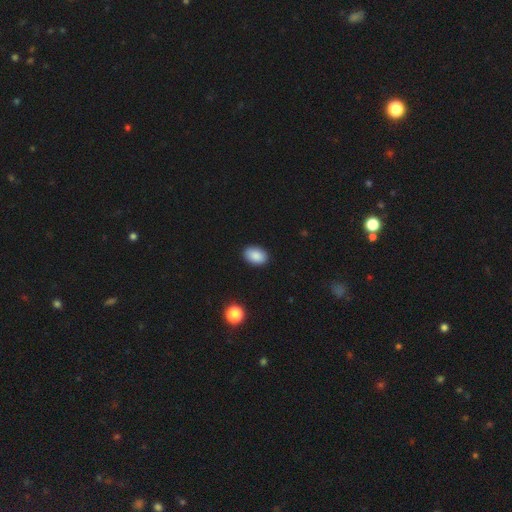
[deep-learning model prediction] Smooth or featured: smooth — 88% (star or artifact — 8%)
How rounded: in between — 85% (round — 13%)
Merging: none — 90% (minor disturbance — 7%)